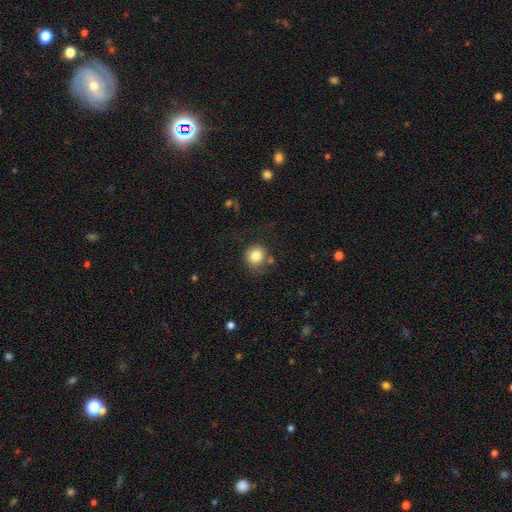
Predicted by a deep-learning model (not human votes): Morphology: type=smooth (83%); roundness=round (90%); merging=none (73%).